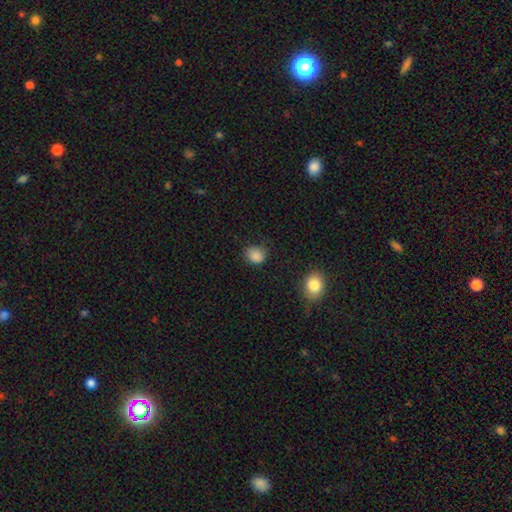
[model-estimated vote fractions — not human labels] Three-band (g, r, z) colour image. It shows a smooth galaxy with no disk features (86%) that is round (65%). Merging: none (72%).